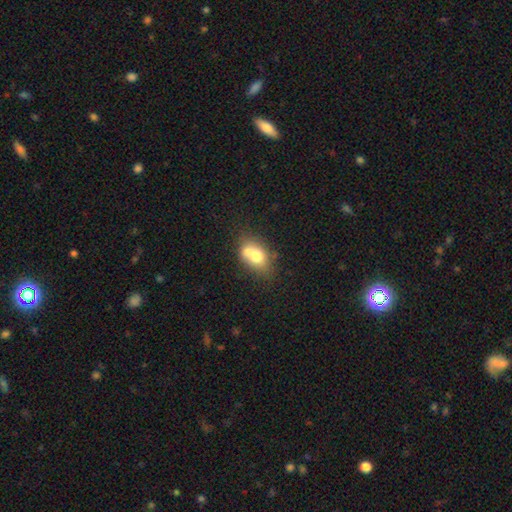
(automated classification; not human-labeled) Morphology: type=smooth (67%); roundness=in between (66%); merging=merger (45%).